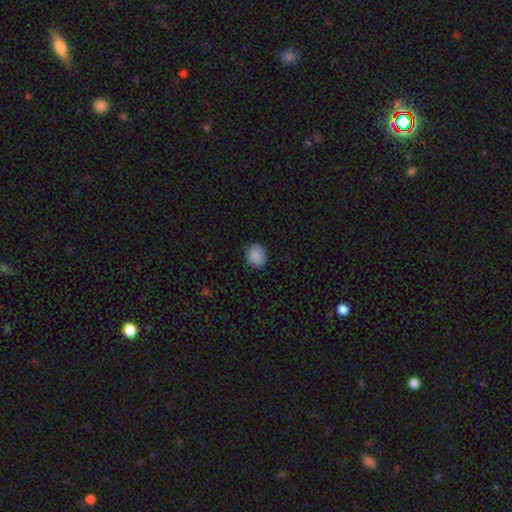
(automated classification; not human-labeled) smooth 88%, star or artifact 8%, featured or disk 3%. Down the decision tree: how rounded — round (62%); merging — none (84%).